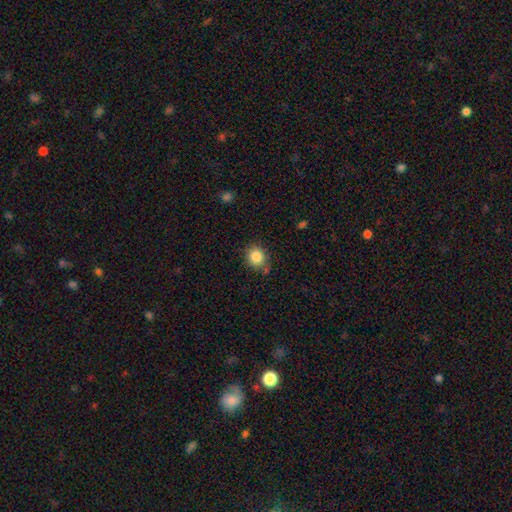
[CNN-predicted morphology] This appears to be a smooth galaxy with no disk features (85%) that is round (75%). Merging: none (77%).